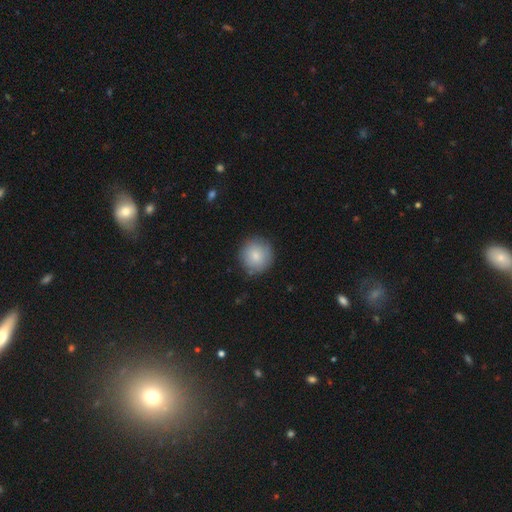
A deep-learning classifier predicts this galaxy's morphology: smooth 83%, featured or disk 10%, star or artifact 7%. Down the decision tree: how rounded — round (95%); merging — none (85%).